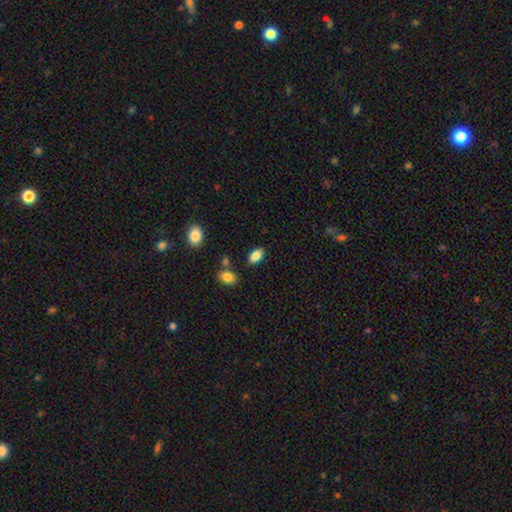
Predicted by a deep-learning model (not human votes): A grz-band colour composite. It shows a smooth galaxy with no disk features (84%) that is in between round and cigar-shaped (91%). Merging: none (82%).